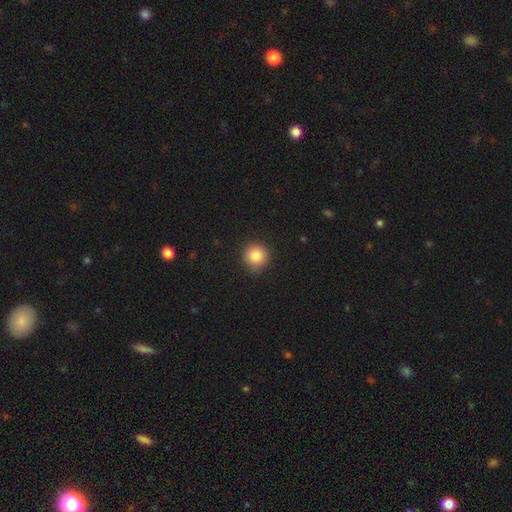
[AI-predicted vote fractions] Q: Smooth or featured?
A: smooth (85%); runner-up: star or artifact (10%)
Q: How rounded?
A: round (93%); runner-up: in between (6%)
Q: Merging?
A: none (89%); runner-up: minor disturbance (8%)